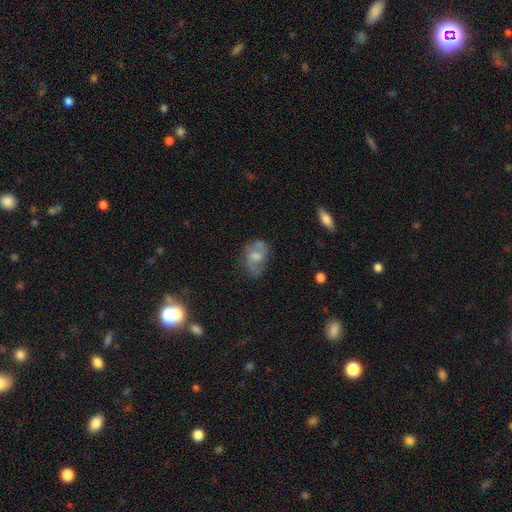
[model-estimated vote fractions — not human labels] Smooth or featured? Predicted: featured or disk (p=0.52). Edge-on disk? Predicted: no (p=0.96). Merging? Predicted: none (p=0.50).